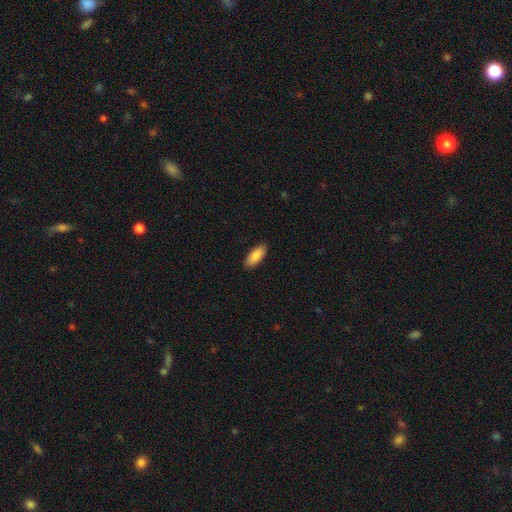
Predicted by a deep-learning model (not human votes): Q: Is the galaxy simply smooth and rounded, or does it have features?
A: smooth — 88%.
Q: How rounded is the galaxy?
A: in between — 82%.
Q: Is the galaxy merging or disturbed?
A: none — 89%.